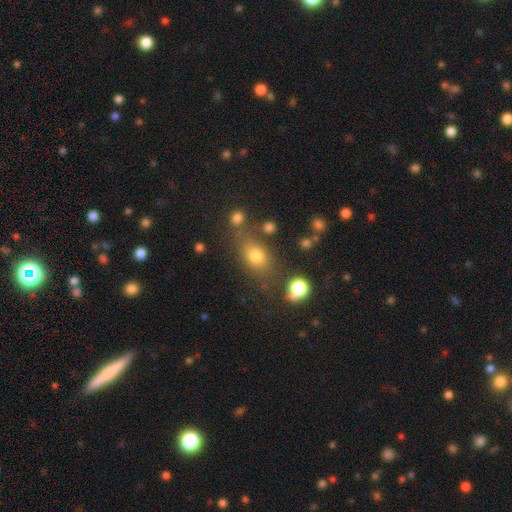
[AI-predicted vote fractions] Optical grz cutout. It shows a smooth galaxy with no disk features (73%) that is in between round and cigar-shaped (66%). Merging: none (68%).